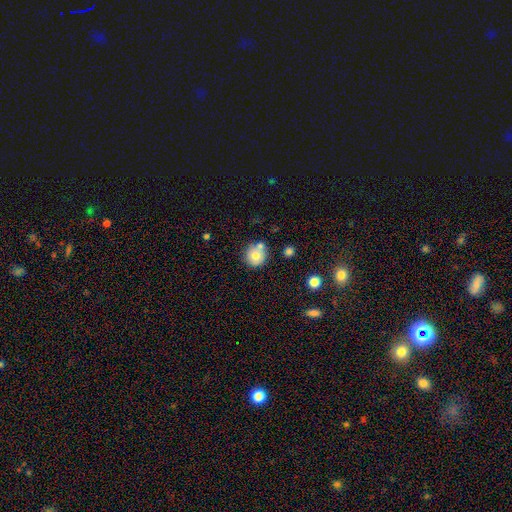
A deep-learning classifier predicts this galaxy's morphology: smooth-or-featured: smooth: 73% | featured or disk: 17% | star or artifact: 10%
  how-rounded: round: 91% | in between: 8% | cigar-shaped: 1%
  merging: none: 64% | merger: 20% | minor disturbance: 12% | major disturbance: 3%